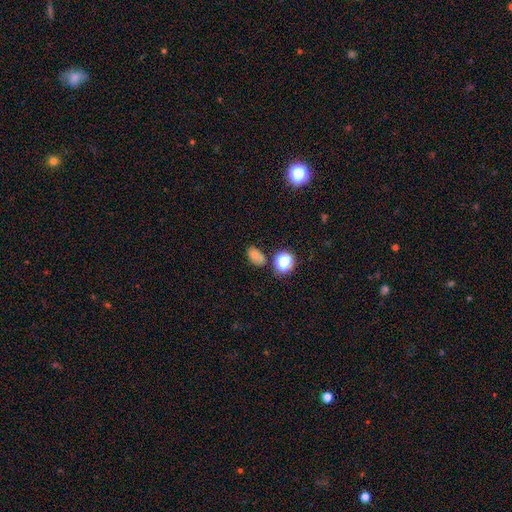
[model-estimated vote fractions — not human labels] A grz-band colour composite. It shows a smooth galaxy with no disk features (72%) that is in between round and cigar-shaped (81%). Merging: none (73%).